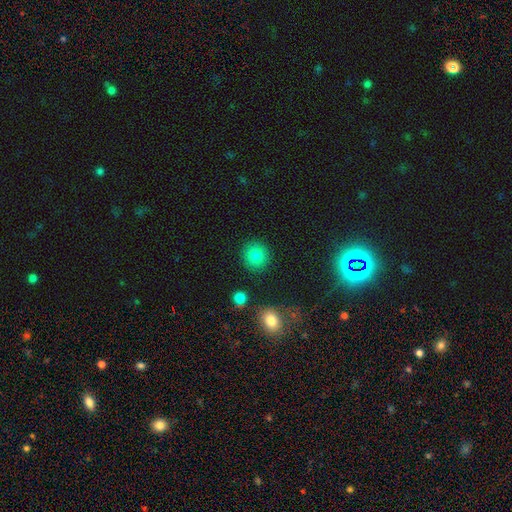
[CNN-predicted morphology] A smooth galaxy with no disk features (83%) that is round (90%). Merging: none (89%).